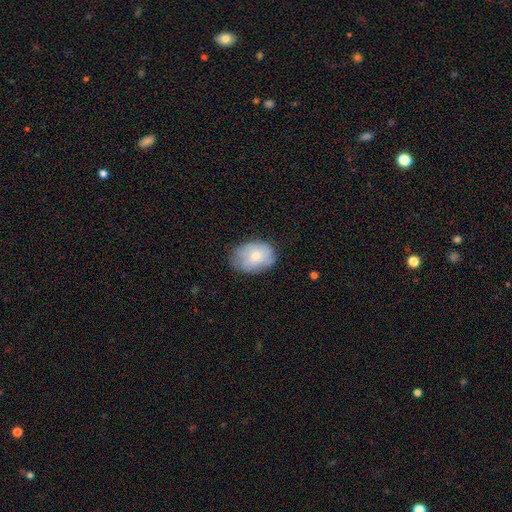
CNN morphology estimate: A smooth galaxy with no disk features (65%) that is in between round and cigar-shaped (75%). Merging: none (63%).